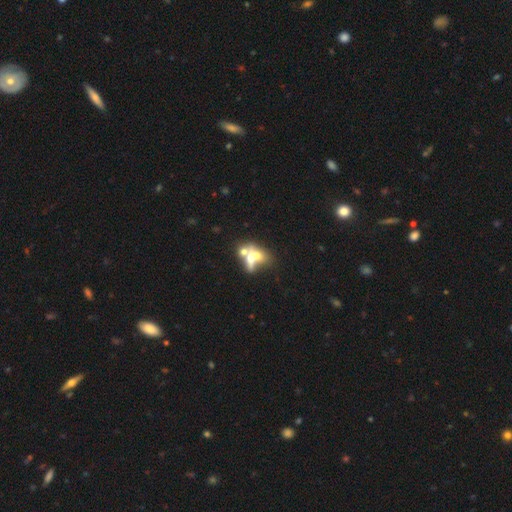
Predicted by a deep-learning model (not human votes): Morphology: type=smooth (47%); merging=merger (61%).